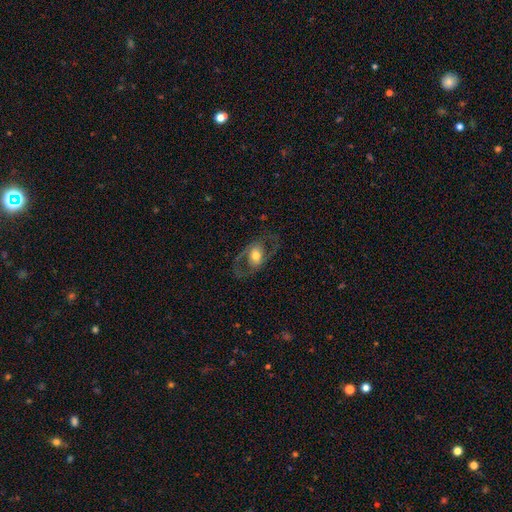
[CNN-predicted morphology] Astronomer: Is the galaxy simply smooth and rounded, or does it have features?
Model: featured or disk — 67%.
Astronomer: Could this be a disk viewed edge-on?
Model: no — 92%.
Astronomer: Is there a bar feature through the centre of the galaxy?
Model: no — 60%.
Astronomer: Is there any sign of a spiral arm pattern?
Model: yes — 57% (runner-up: no, 43%).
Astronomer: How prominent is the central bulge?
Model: moderate — 64%.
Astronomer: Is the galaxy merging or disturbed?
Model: none — 72%.